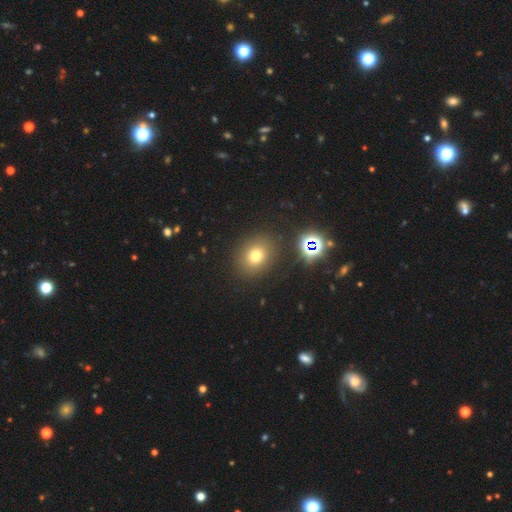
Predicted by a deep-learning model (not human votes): Morphology: type=smooth (72%); roundness=round (65%); merging=none (85%).